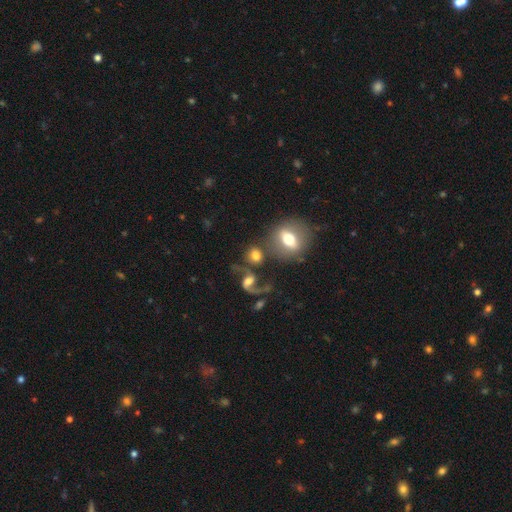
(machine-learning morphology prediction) Overall: smooth (48%; featured or disk 41%). Merging: none (51%; merger 25%).